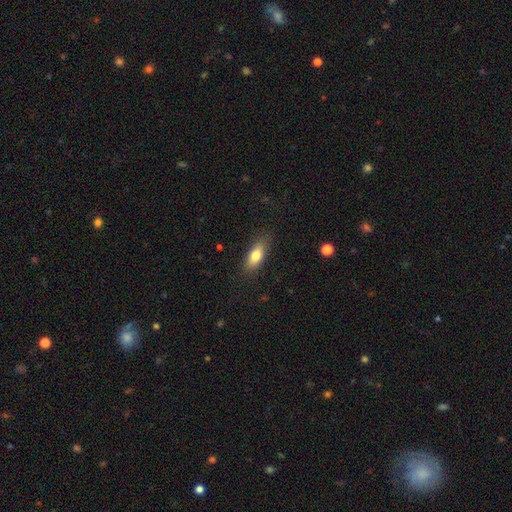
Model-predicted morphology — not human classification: smooth_or_featured: smooth (p=0.76) [alt: featured or disk p=0.17]
how_rounded: in between (p=0.76) [alt: cigar-shaped p=0.21]
merging: none (p=0.83) [alt: minor disturbance p=0.13]